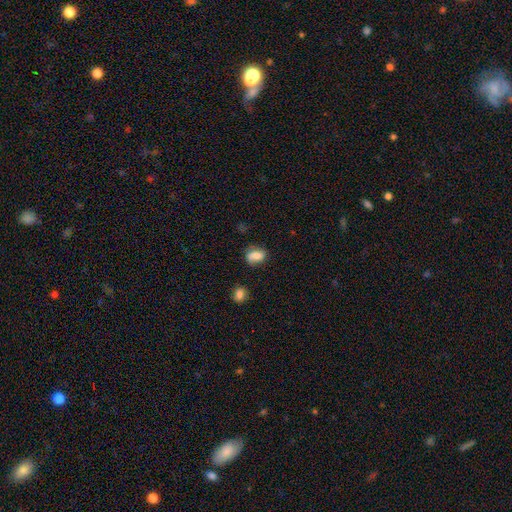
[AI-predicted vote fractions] Q: Smooth or featured?
A: smooth (74%); runner-up: featured or disk (17%)
Q: How rounded?
A: in between (73%); runner-up: round (25%)
Q: Merging?
A: none (66%); runner-up: minor disturbance (24%)